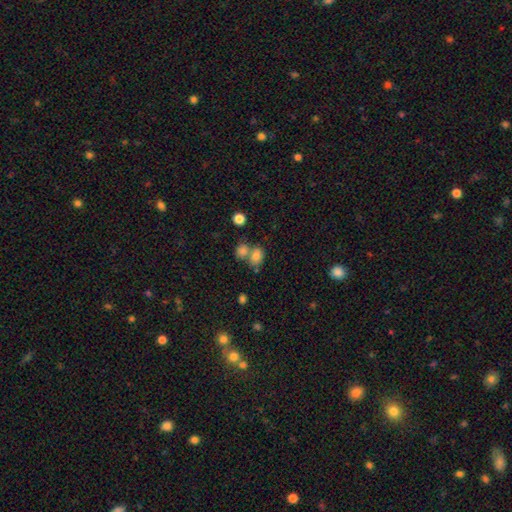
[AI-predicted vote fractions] This appears to be a smooth galaxy with no disk features (79%) that is in between round and cigar-shaped (65%). Merging: merger (43%).